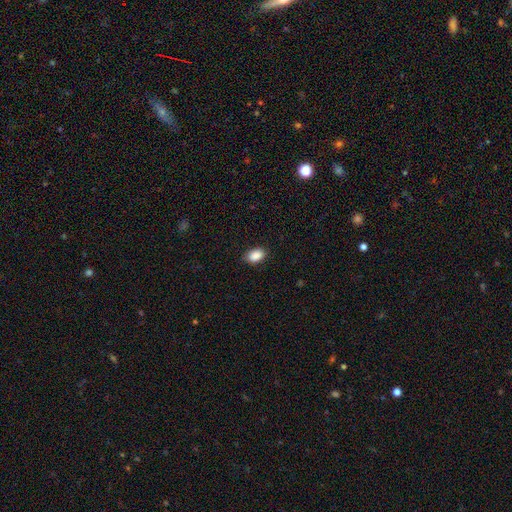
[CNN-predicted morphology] This appears to be a smooth galaxy with no disk features (89%) that is in between round and cigar-shaped (89%). Merging: none (85%).